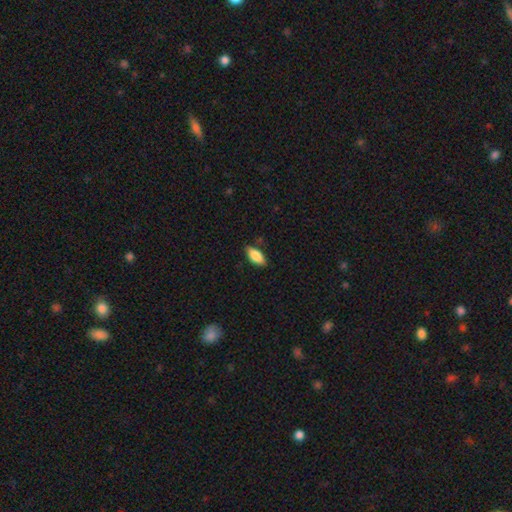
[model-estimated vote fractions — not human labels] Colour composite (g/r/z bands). It shows a smooth galaxy with no disk features (84%) that is in between round and cigar-shaped (86%). Merging: none (81%).